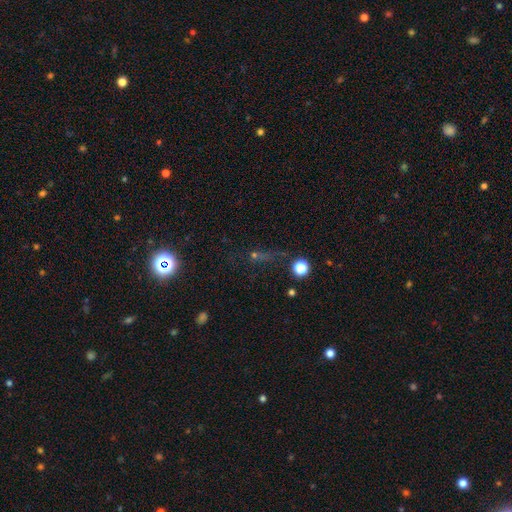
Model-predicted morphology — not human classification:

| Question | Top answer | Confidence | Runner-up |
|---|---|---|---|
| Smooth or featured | star or artifact | 54% | smooth (28%) |